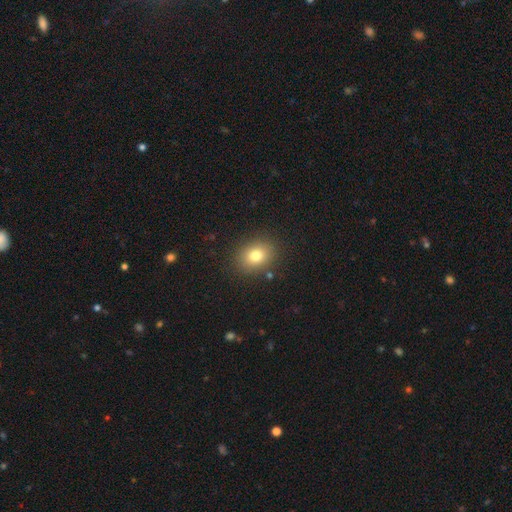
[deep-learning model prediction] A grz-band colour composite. It shows a smooth galaxy with no disk features (78%) that is in between round and cigar-shaped (53%). Merging: none (86%).